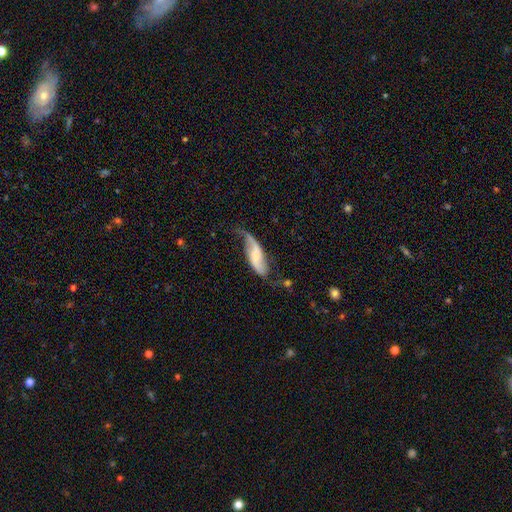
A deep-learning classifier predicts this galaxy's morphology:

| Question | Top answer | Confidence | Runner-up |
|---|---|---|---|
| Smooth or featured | featured or disk | 70% | smooth (24%) |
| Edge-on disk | no | 89% | yes (11%) |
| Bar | no | 46% | weak (35%) |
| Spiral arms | yes | 91% | no (9%) |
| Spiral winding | loose | 81% | medium (14%) |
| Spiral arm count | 2 | 83% | 1 (11%) |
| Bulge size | none | 41% | small (28%) |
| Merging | none | 44% | minor disturbance (29%) |